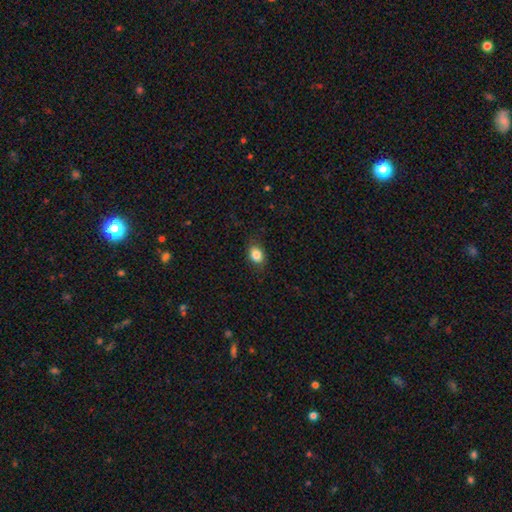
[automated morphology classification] This is clearly a smooth galaxy (85%). How rounded: likely in between (67%). Merging: clearly none (84%).